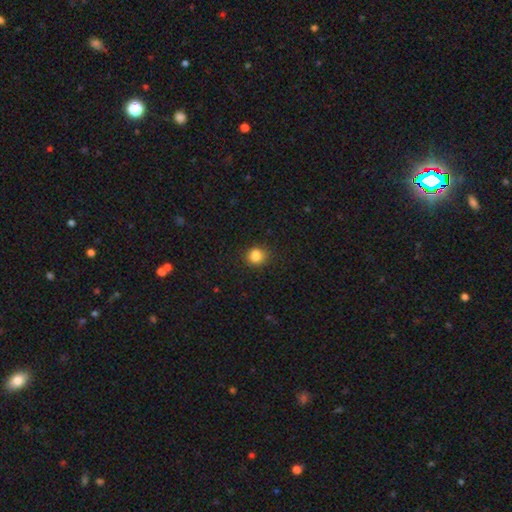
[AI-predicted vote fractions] This is clearly a smooth galaxy (84%). How rounded: likely round (76%). Merging: likely none (79%).